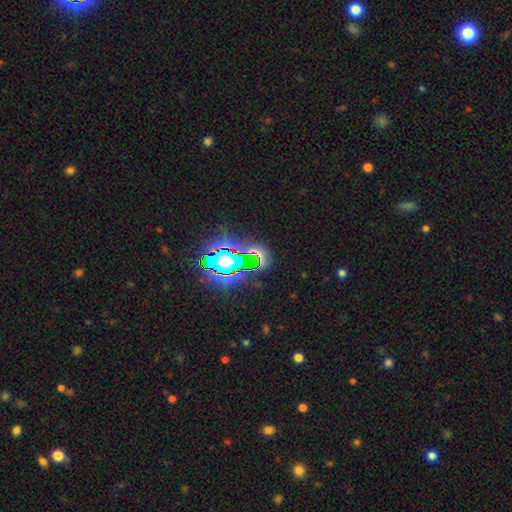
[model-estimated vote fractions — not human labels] A star or artifact, not a galaxy (69%).

Vote fractions:
- Smooth or featured? star or artifact: 69% / smooth: 17% / featured or disk: 14%